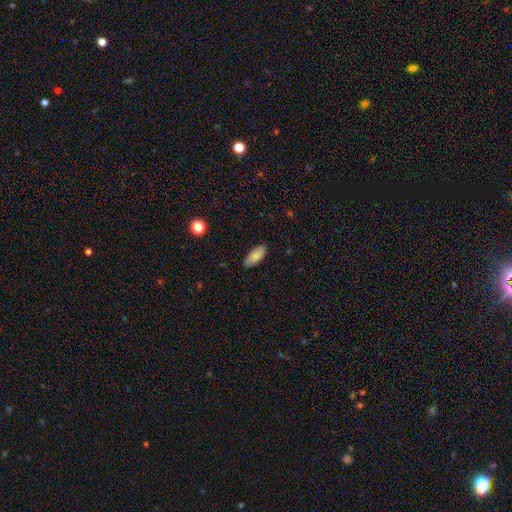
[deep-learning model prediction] This appears to be a smooth galaxy with no disk features (83%) that is in between round and cigar-shaped (86%). Merging: none (84%).